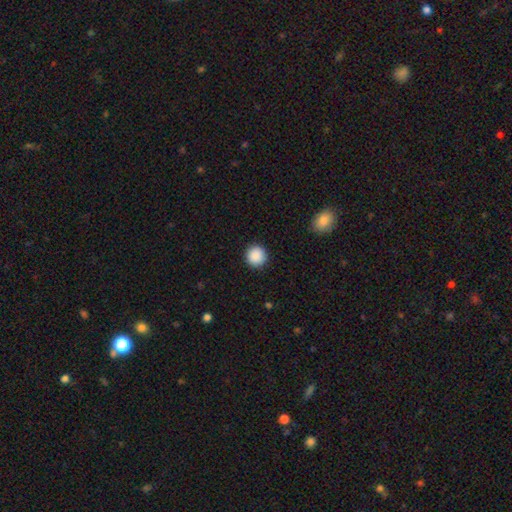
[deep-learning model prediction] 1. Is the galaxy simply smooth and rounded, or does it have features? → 89% smooth, 8% star or artifact, 2% featured or disk.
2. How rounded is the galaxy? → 95% round, 4% in between, 1% cigar-shaped.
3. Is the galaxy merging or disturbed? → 92% none, 5% minor disturbance, 2% major disturbance, 1% merger.